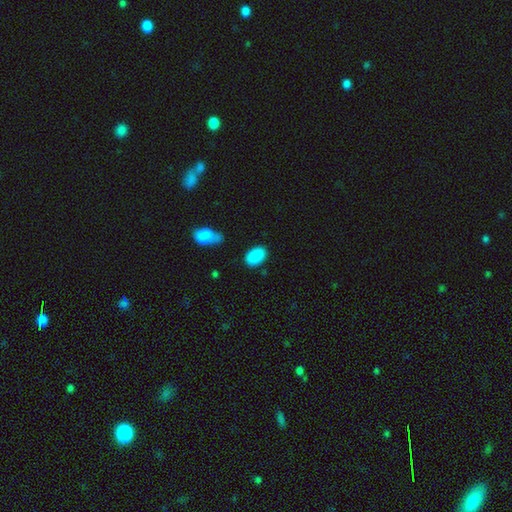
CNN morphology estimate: Smooth or featured?
  - smooth: 89% *
  - star or artifact: 8%
  - featured or disk: 4%
How rounded?
  - in between: 89% *
  - round: 10%
  - cigar-shaped: 1%
Merging?
  - none: 79% *
  - minor disturbance: 14%
  - merger: 4%
  - major disturbance: 3%